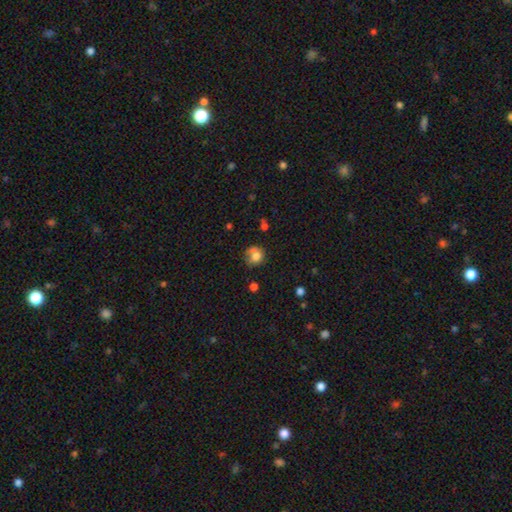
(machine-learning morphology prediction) Smooth or featured: smooth — 76% (featured or disk — 13%)
How rounded: round — 77% (in between — 22%)
Merging: none — 53% (minor disturbance — 27%)